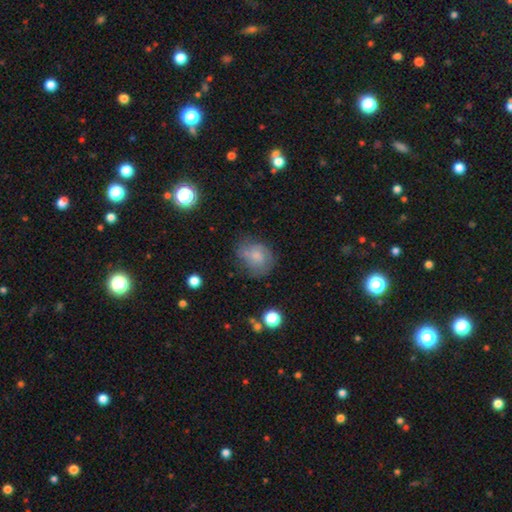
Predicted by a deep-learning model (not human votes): This appears to be a smooth galaxy with no disk features (61%) that is round (55%). Merging: none (56%).